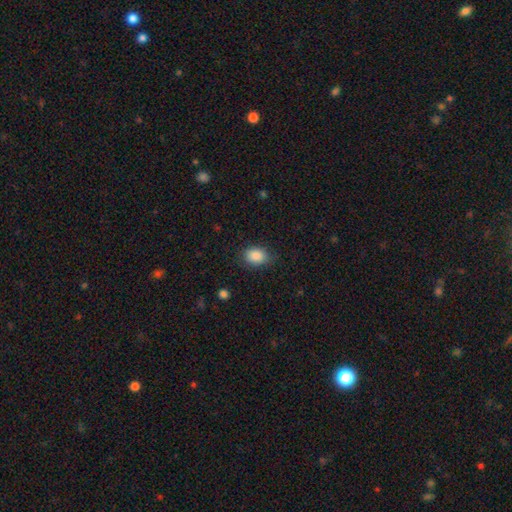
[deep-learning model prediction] Overall: smooth (87%). How rounded: in between (74%). Merging: none (79%).